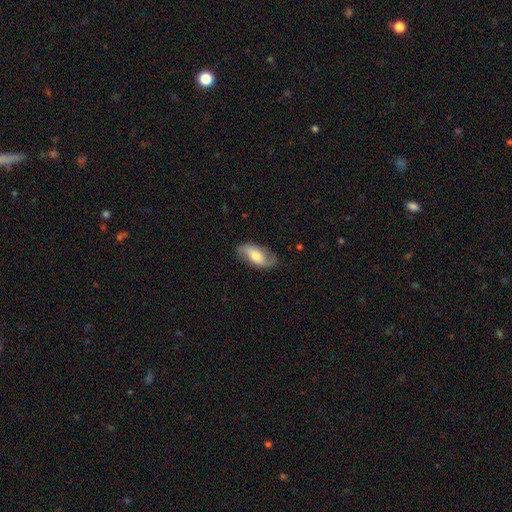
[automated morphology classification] featured or disk 50%, smooth 44%, star or artifact 7%. Down the decision tree: merging — none (78%).